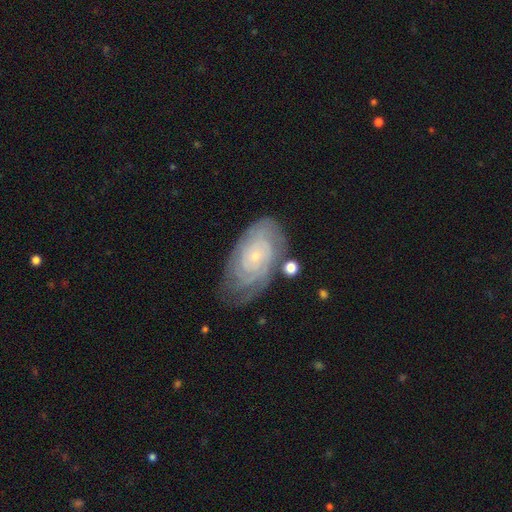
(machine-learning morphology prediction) Smooth or featured?
  - featured or disk: 83% *
  - smooth: 11%
  - star or artifact: 6%
Edge-on disk?
  - no: 95% *
  - yes: 5%
Bar?
  - no: 79% *
  - weak: 17%
  - strong: 4%
Spiral arms?
  - yes: 95% *
  - no: 5%
Spiral winding?
  - tight: 82% *
  - medium: 15%
  - loose: 3%
Spiral arm count?
  - can't tell: 39% *
  - 2: 18%
  - 4: 15%
  - 3: 15%
  - more than 4: 7%
  - 1: 5%
Bulge size?
  - small: 82% *
  - moderate: 13%
  - none: 2%
  - large: 1%
  - dominant: 1%
Merging?
  - none: 69% *
  - minor disturbance: 20%
  - major disturbance: 7%
  - merger: 4%